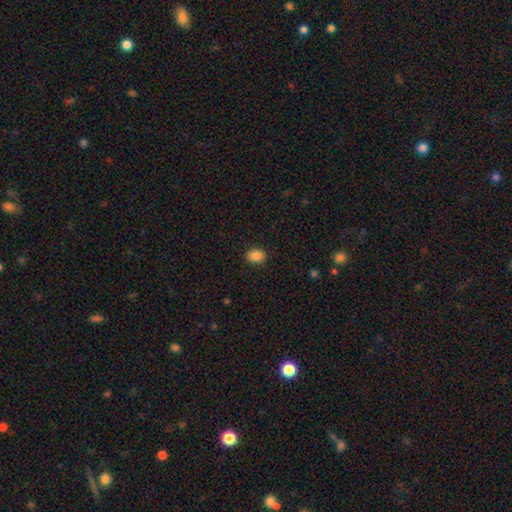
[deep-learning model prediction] smooth 86%, star or artifact 9%, featured or disk 4%. Down the decision tree: how rounded — in between (62%); merging — none (89%).